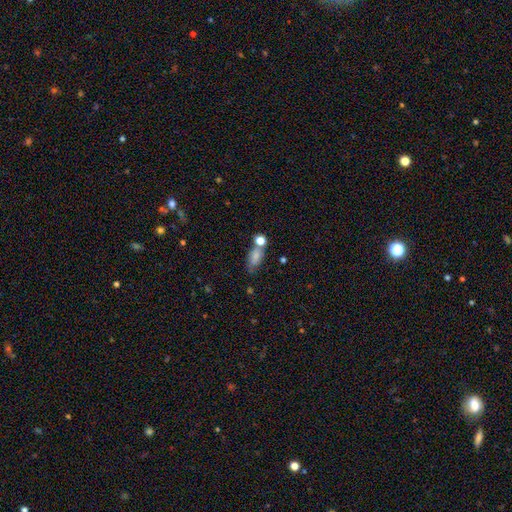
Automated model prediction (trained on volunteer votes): Overall: smooth (75%). How rounded: in between (80%). Merging: none (49%; merger 23%).